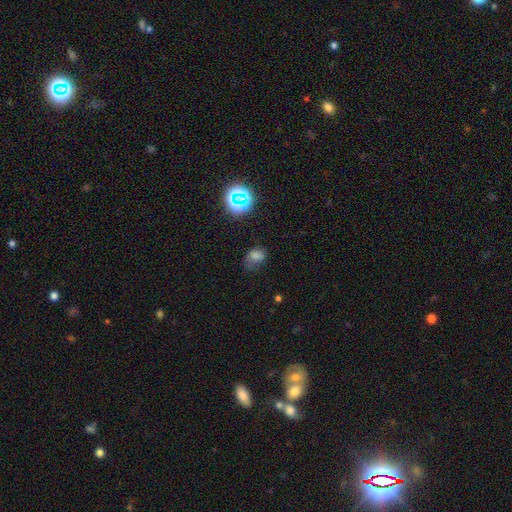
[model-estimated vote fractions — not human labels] smooth-or-featured: smooth: 64% | star or artifact: 23% | featured or disk: 13%
  how-rounded: in between: 63% | round: 36% | cigar-shaped: 1%
  merging: none: 44% | minor disturbance: 33% | major disturbance: 20% | merger: 3%